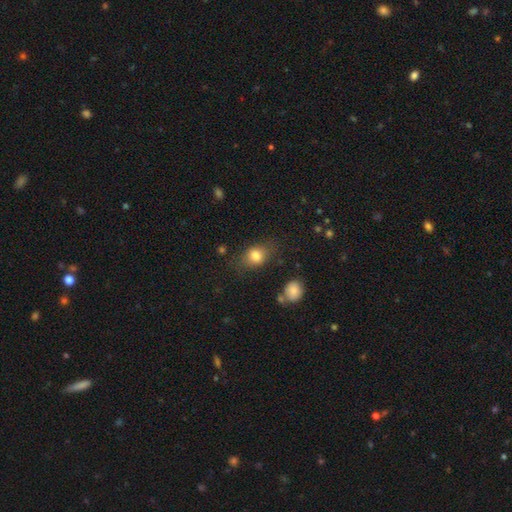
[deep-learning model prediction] Morphology: type=smooth (80%); roundness=in between (61%); merging=none (72%).